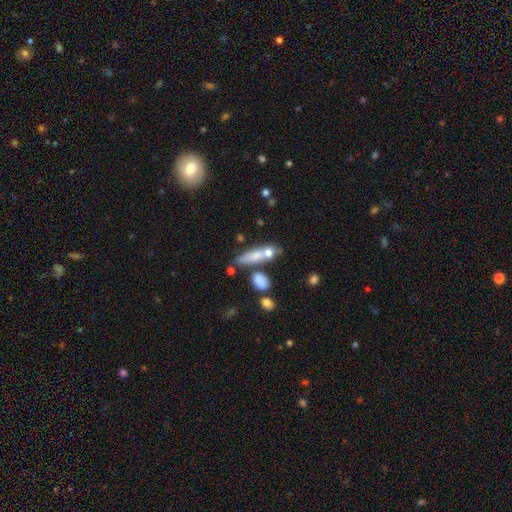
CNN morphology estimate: Smooth or featured? smooth (66%)
How rounded? cigar-shaped (51%)
Merging? none (42%)